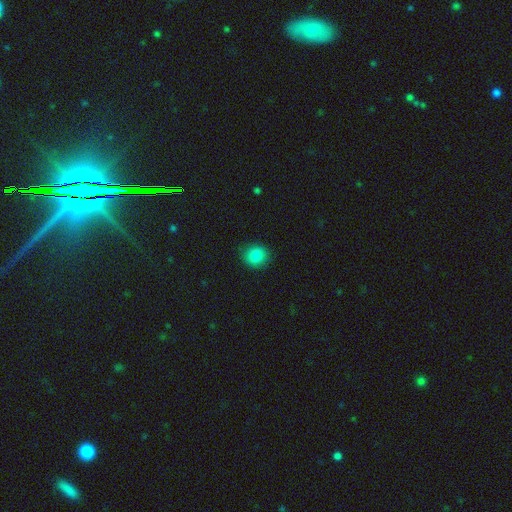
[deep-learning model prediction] Smooth or featured? Predicted: smooth (p=0.85). How rounded? Predicted: round (p=0.80). Merging? Predicted: none (p=0.88).